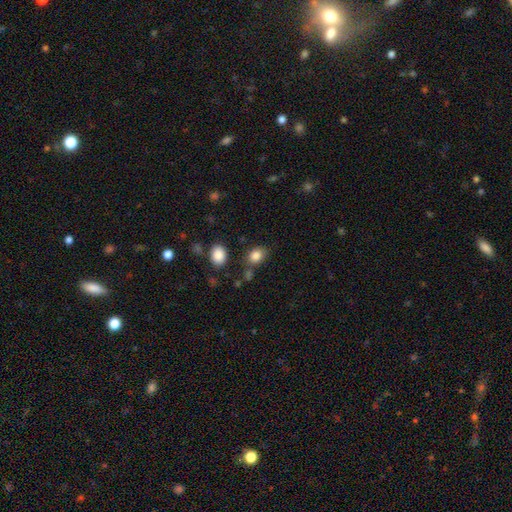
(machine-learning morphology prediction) Smooth or featured?
  - smooth: 84% *
  - star or artifact: 10%
  - featured or disk: 6%
How rounded?
  - in between: 63% *
  - round: 36%
  - cigar-shaped: 1%
Merging?
  - none: 72% *
  - minor disturbance: 16%
  - merger: 8%
  - major disturbance: 5%